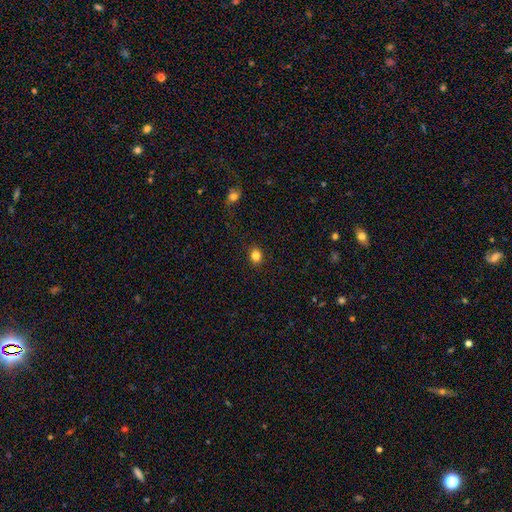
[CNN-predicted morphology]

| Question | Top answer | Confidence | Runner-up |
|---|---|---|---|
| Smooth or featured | smooth | 83% | star or artifact (12%) |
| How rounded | round | 65% | in between (34%) |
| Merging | none | 89% | minor disturbance (7%) |